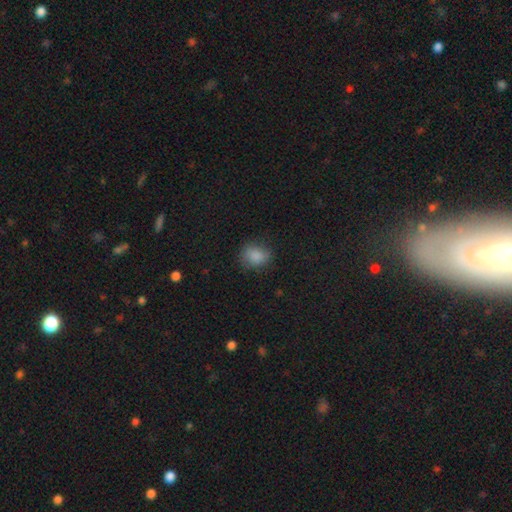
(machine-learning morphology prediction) Q: Smooth or featured?
A: smooth (85%); runner-up: star or artifact (10%)
Q: How rounded?
A: round (50%); runner-up: in between (49%)
Q: Merging?
A: none (75%); runner-up: minor disturbance (19%)